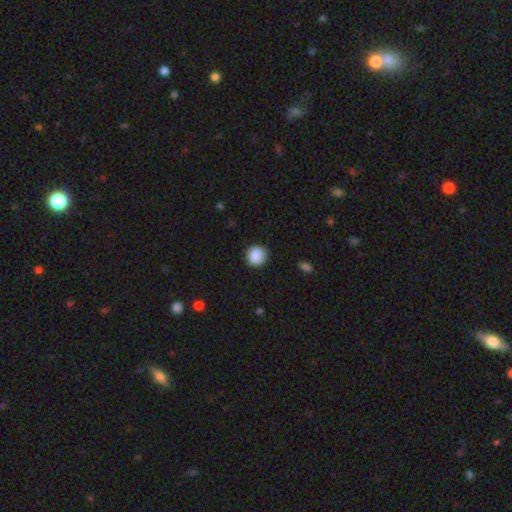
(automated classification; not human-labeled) Smooth or featured? smooth (88%)
How rounded? round (88%)
Merging? none (85%)